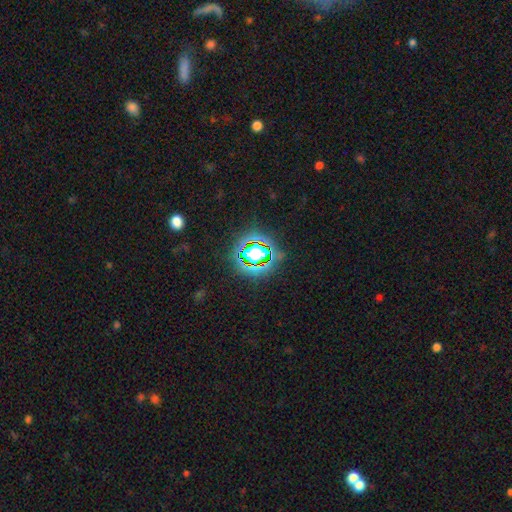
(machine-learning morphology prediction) Smooth or featured?
  - star or artifact: 75% *
  - smooth: 16%
  - featured or disk: 9%